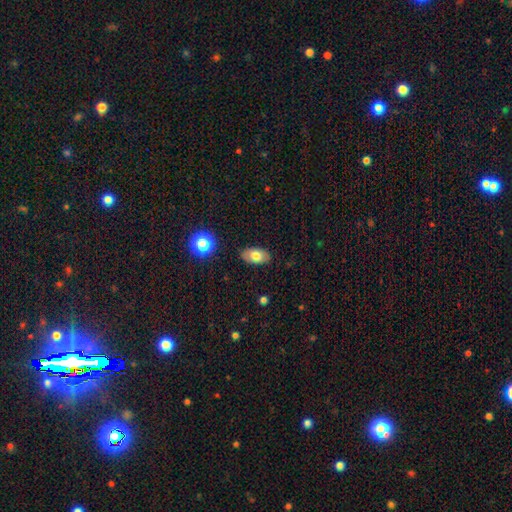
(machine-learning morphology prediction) Overall: smooth (74%). How rounded: in between (92%). Merging: none (86%).